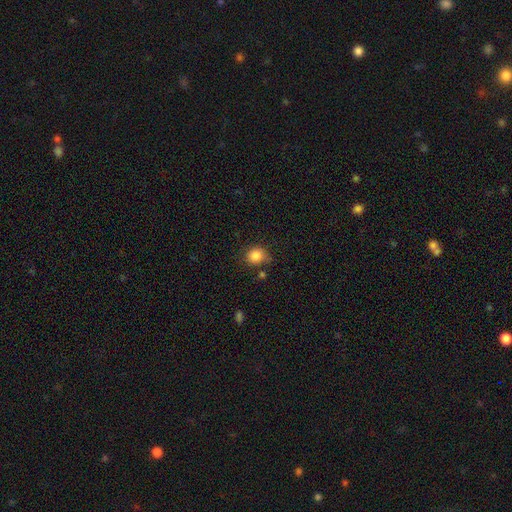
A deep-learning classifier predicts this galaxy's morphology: This appears to be a smooth galaxy with no disk features (85%) that is round (76%). Merging: none (73%).